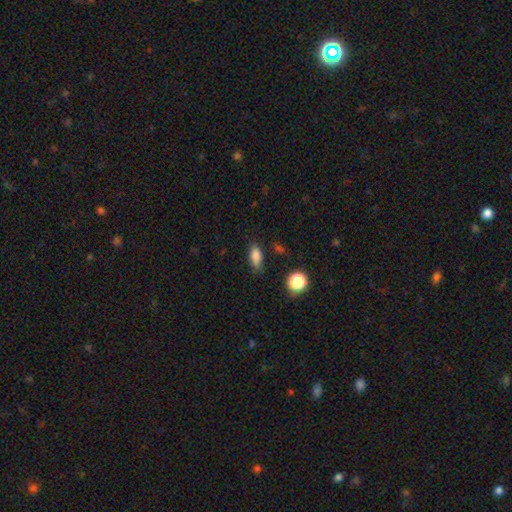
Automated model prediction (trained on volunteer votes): Smooth or featured? smooth (84%)
How rounded? in between (80%)
Merging? none (74%)